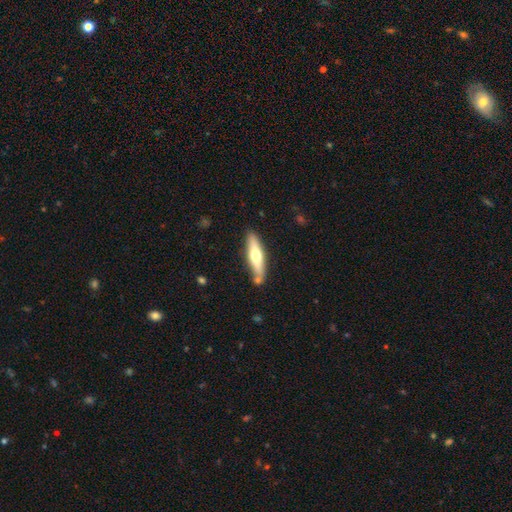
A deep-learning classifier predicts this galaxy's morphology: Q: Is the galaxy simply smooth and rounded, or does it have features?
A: smooth — 48%.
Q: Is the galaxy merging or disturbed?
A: none — 81%.